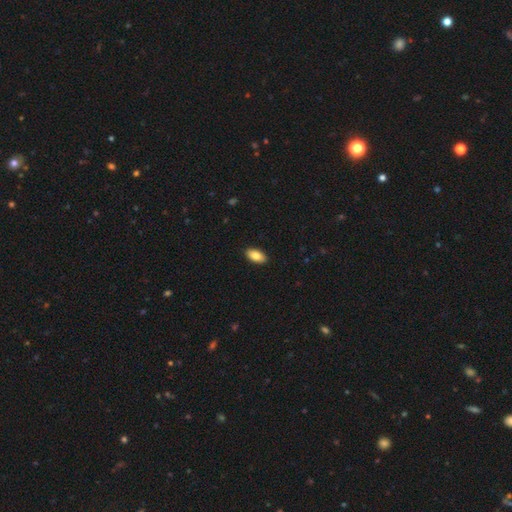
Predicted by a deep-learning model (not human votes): The model was most divided on "smooth or featured": smooth: 86%, featured or disk: 7%, star or artifact: 7%. More confident: how rounded — in between (94%); merging — none (91%).